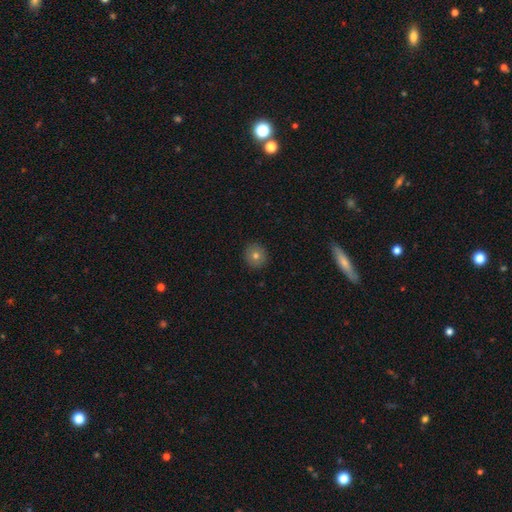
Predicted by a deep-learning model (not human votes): The model was most divided on "smooth or featured": smooth: 75%, featured or disk: 14%, star or artifact: 11%. More confident: how rounded — round (92%); merging — none (92%).